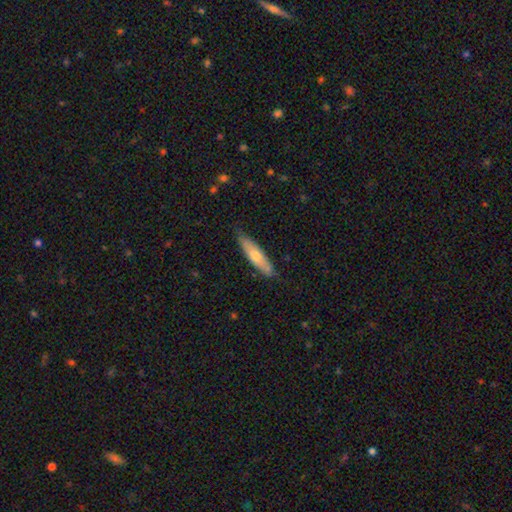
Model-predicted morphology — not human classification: A smooth galaxy with no disk features (57%) that is cigar-shaped (71%). Merging: none (82%).